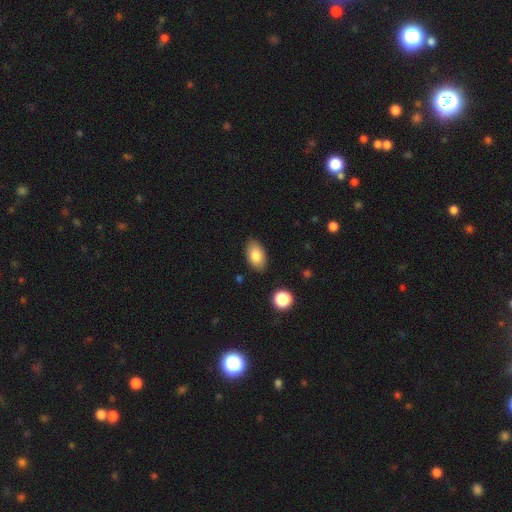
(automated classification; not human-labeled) This is clearly a smooth galaxy (82%). How rounded: clearly in between (92%). Merging: clearly none (84%).